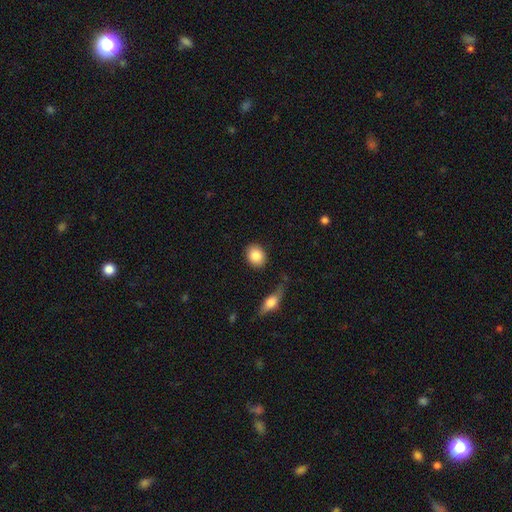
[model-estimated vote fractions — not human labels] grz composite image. It shows a smooth galaxy with no disk features (85%) that is round (50%). Merging: none (85%).